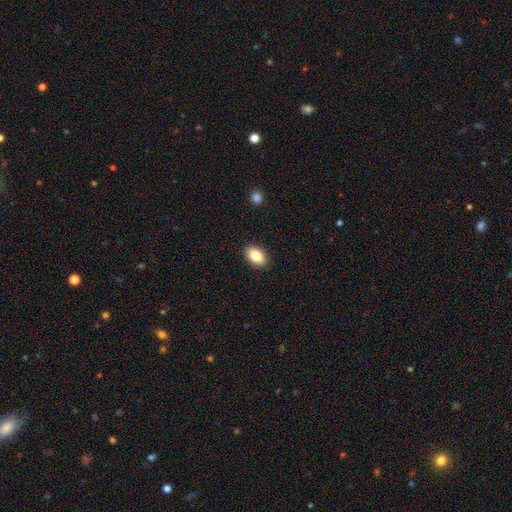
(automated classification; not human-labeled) smooth 87%, star or artifact 7%, featured or disk 6%. Down the decision tree: how rounded — in between (90%); merging — none (90%).